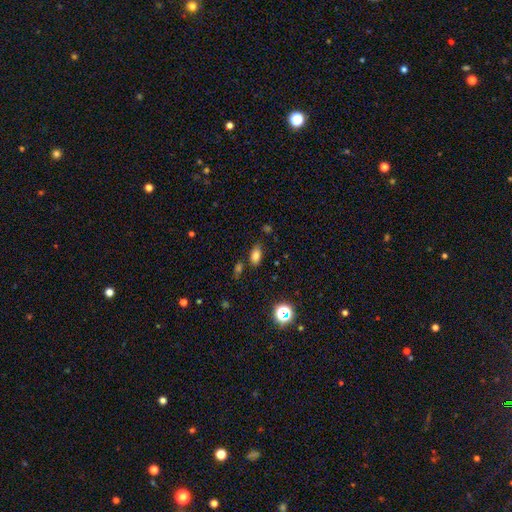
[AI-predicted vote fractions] Smooth or featured: smooth — 79% (star or artifact — 14%)
How rounded: in between — 87% (round — 9%)
Merging: none — 74% (minor disturbance — 15%)